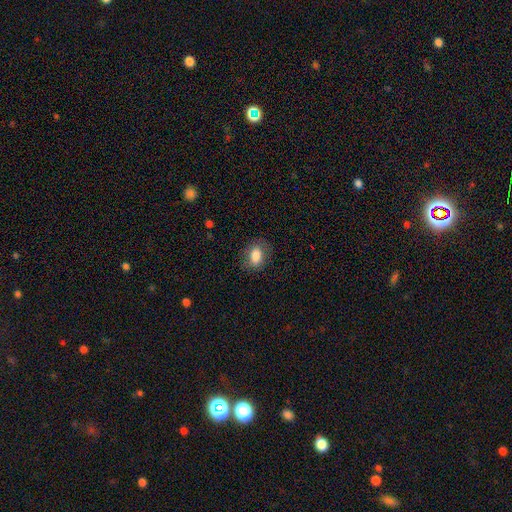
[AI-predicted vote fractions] Smooth or featured?
  - smooth: 83% *
  - featured or disk: 9%
  - star or artifact: 8%
How rounded?
  - in between: 76% *
  - round: 22%
  - cigar-shaped: 1%
Merging?
  - none: 78% *
  - minor disturbance: 15%
  - major disturbance: 6%
  - merger: 1%